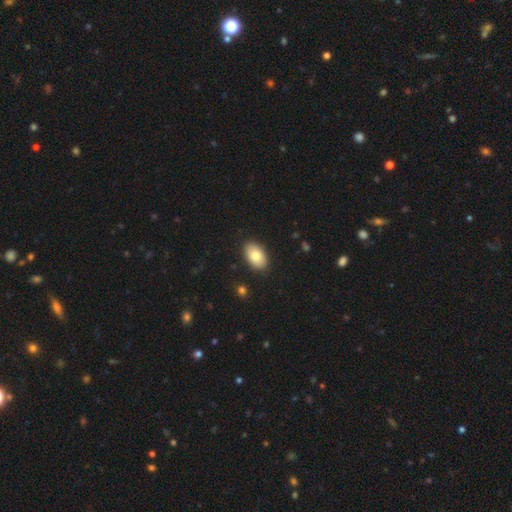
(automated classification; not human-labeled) A smooth galaxy with no disk features (80%) that is in between round and cigar-shaped (93%).

Vote fractions:
- Smooth or featured? smooth: 80% / featured or disk: 13% / star or artifact: 7%
- How rounded? in between: 93% / round: 6% / cigar-shaped: 1%
- Merging? none: 88% / minor disturbance: 9% / major disturbance: 2% / merger: 1%